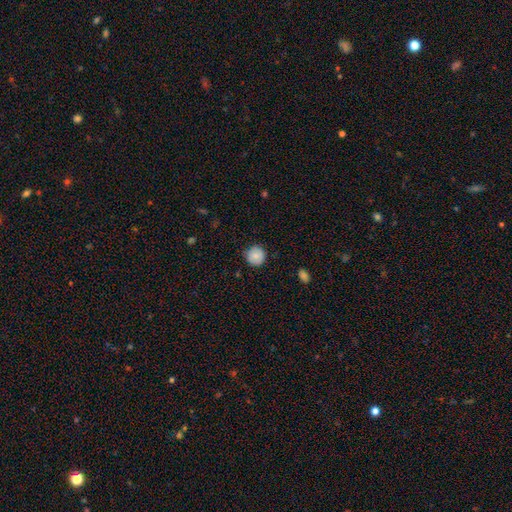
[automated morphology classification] Smooth or featured?
  - smooth: 83% *
  - featured or disk: 10%
  - star or artifact: 8%
How rounded?
  - round: 93% *
  - in between: 6%
  - cigar-shaped: 1%
Merging?
  - none: 84% *
  - minor disturbance: 13%
  - major disturbance: 2%
  - merger: 1%